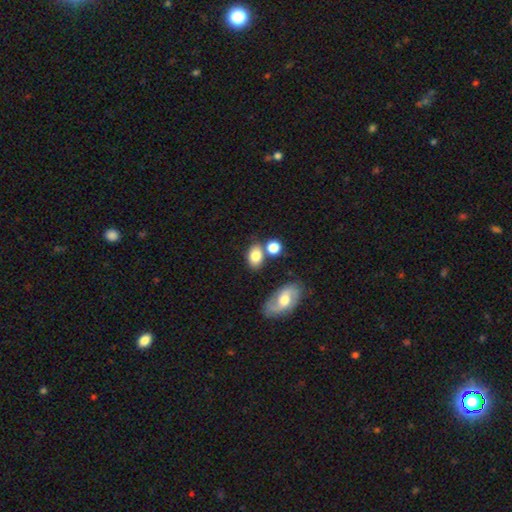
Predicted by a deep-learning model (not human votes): Q: Smooth or featured?
A: smooth (77%); runner-up: featured or disk (14%)
Q: How rounded?
A: in between (74%); runner-up: round (24%)
Q: Merging?
A: none (64%); runner-up: merger (16%)